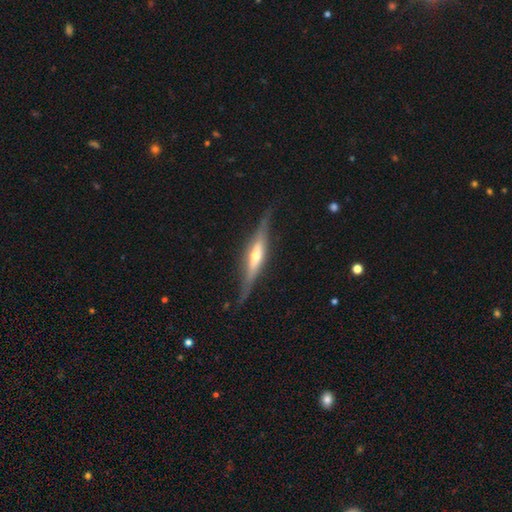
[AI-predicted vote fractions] Morphology: type=featured or disk (78%); edge-on=yes (95%); edge-on bulge=rounded (77%); merging=none (82%).